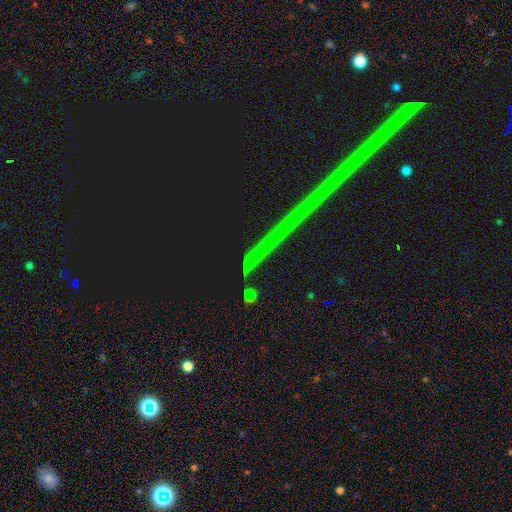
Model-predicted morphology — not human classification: Smooth or featured? Predicted: star or artifact (p=0.83).